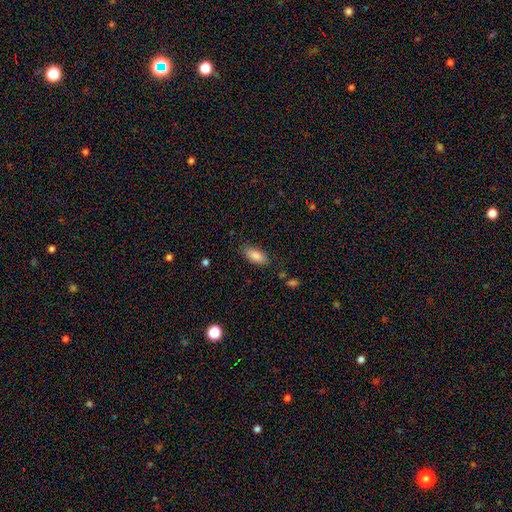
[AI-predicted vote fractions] This appears to be a smooth galaxy with no disk features (86%) that is in between round and cigar-shaped (85%). Merging: none (83%).